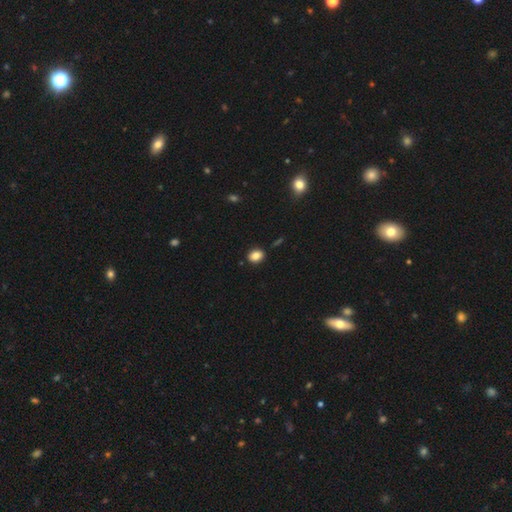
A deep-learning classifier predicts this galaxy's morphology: The model was most divided on "how rounded": in between: 57%, round: 42%, cigar-shaped: 1%. More confident: merging — none (88%); smooth or featured — smooth (85%).